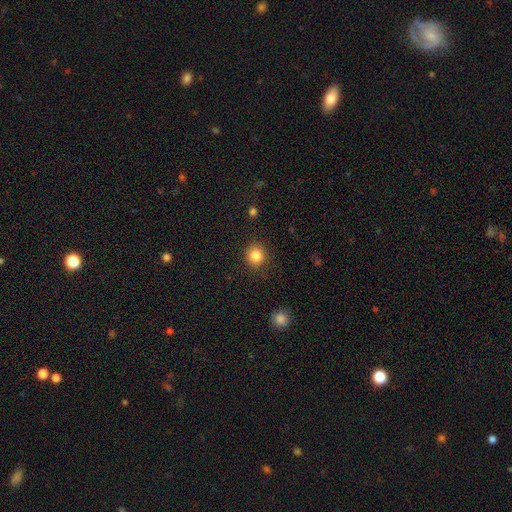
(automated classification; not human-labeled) Q: Smooth or featured?
A: smooth (84%); runner-up: star or artifact (10%)
Q: How rounded?
A: round (89%); runner-up: in between (10%)
Q: Merging?
A: none (89%); runner-up: minor disturbance (8%)